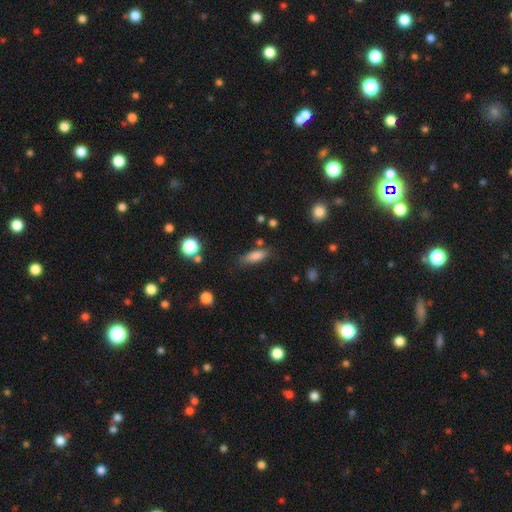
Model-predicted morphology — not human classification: This appears to be a smooth galaxy with no disk features (81%) that is in between round and cigar-shaped (60%). Merging: none (75%).